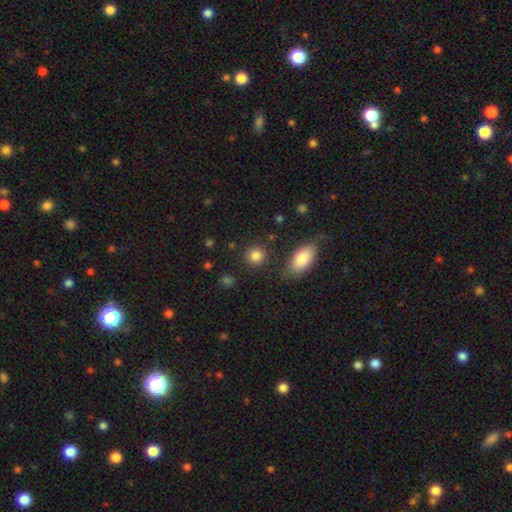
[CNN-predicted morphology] type=smooth (85%); roundness=round (84%); merging=none (83%).